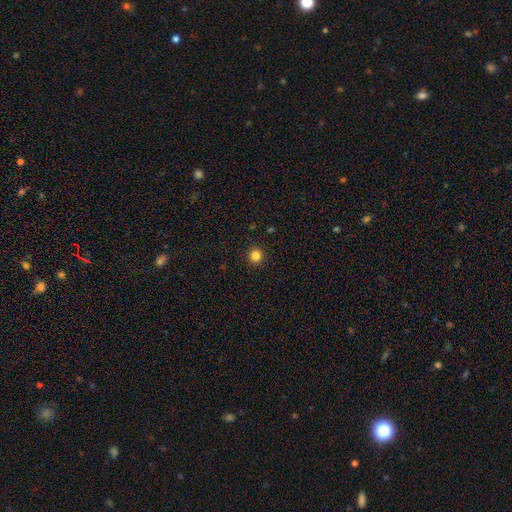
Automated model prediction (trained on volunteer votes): Morphology: type=smooth (84%); roundness=round (95%); merging=none (93%).